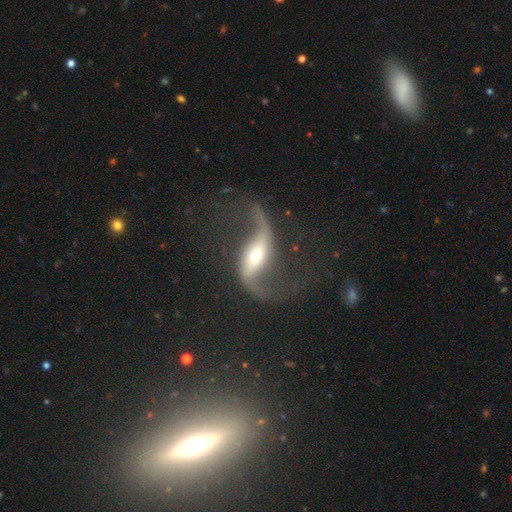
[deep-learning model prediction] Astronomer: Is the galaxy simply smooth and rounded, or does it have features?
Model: featured or disk — 84%.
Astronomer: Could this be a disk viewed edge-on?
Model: no — 86%.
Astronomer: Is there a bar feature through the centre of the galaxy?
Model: strong — 47% (runner-up: no, 26%).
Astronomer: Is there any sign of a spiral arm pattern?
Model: yes — 92%.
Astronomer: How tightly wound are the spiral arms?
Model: loose — 91%.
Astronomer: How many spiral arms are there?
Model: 2 — 90%.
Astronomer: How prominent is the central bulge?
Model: moderate — 49% (runner-up: small, 38%).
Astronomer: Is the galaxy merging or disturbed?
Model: none — 55%.